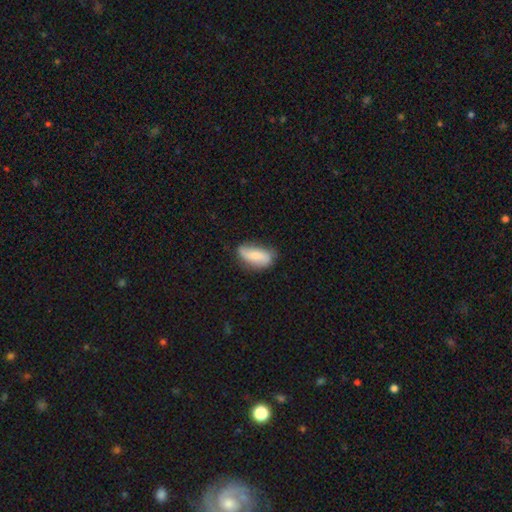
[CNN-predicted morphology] Smooth or featured: smooth — 56% (featured or disk — 37%)
How rounded: in between — 83% (cigar-shaped — 14%)
Merging: none — 68% (minor disturbance — 24%)